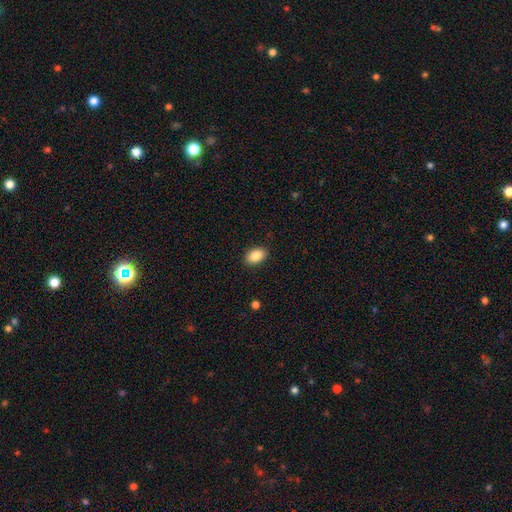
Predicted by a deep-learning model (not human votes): Morphology: type=smooth (86%); roundness=in between (89%); merging=none (89%).